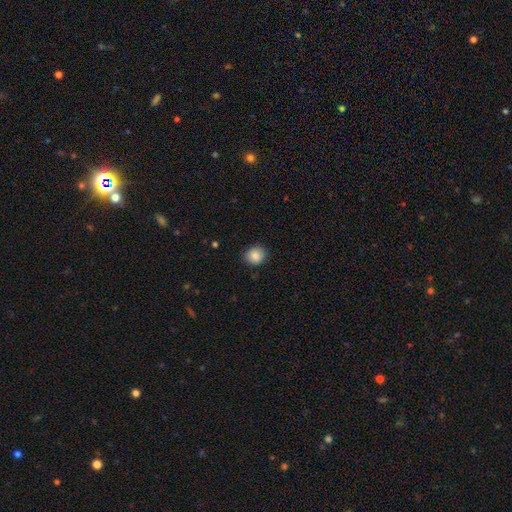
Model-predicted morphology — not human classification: The model was most divided on "how rounded": round: 74%, in between: 25%, cigar-shaped: 1%. More confident: smooth or featured — smooth (86%); merging — none (86%).